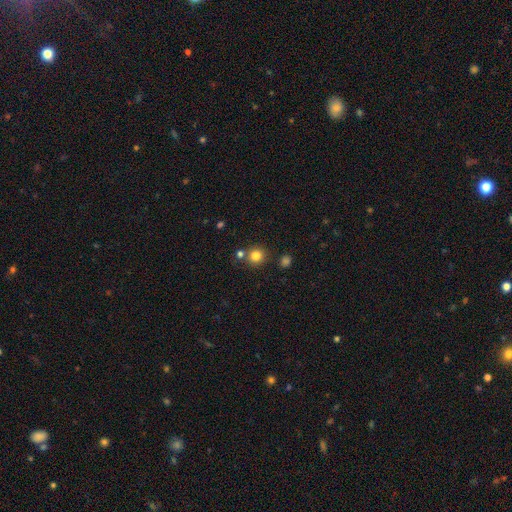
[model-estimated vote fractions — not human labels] Q: Smooth or featured?
A: smooth (82%); runner-up: star or artifact (12%)
Q: How rounded?
A: round (91%); runner-up: in between (8%)
Q: Merging?
A: none (78%); runner-up: merger (11%)